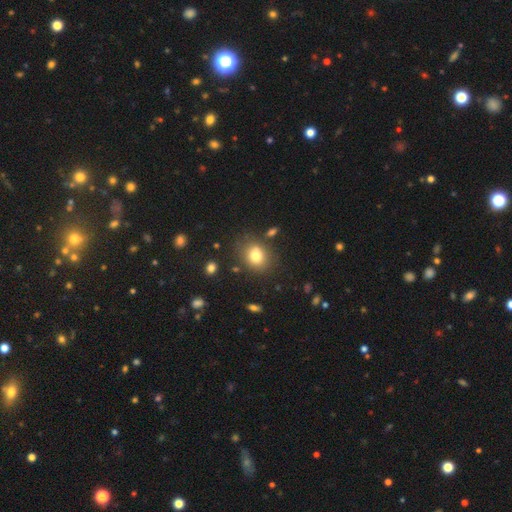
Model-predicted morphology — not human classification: Smooth or featured? Predicted: smooth (p=0.78). How rounded? Predicted: round (p=0.58). Merging? Predicted: none (p=0.78).